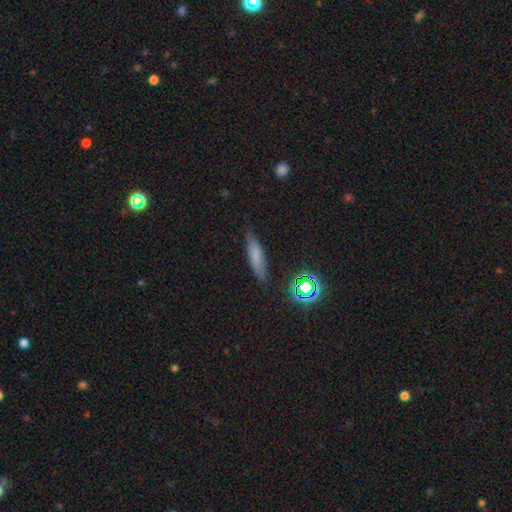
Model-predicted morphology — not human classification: smooth 70%, featured or disk 16%, star or artifact 13%. Down the decision tree: how rounded — cigar-shaped (70%); merging — none (80%).